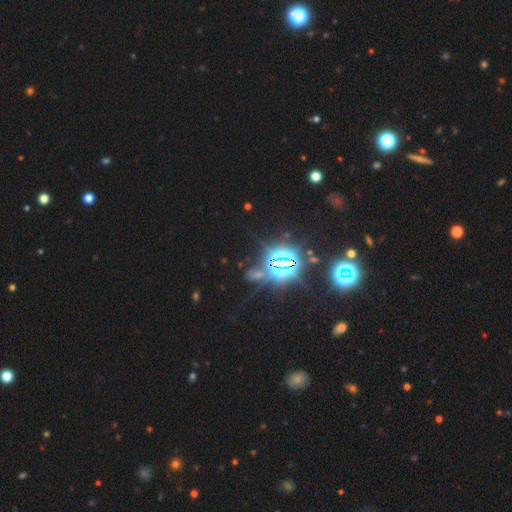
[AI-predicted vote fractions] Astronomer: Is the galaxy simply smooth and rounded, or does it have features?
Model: star or artifact — 82%.